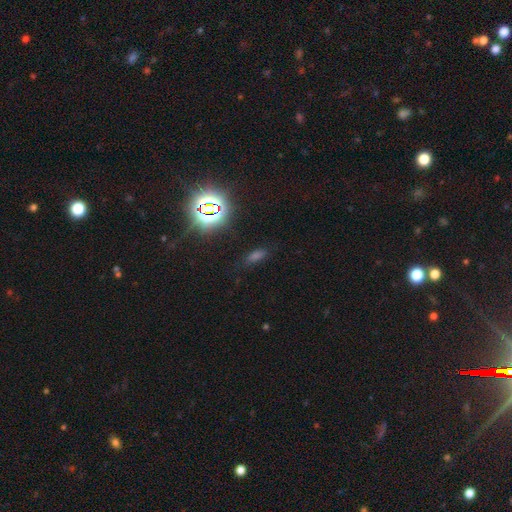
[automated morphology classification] Q: Smooth or featured?
A: star or artifact (49%); runner-up: smooth (40%)